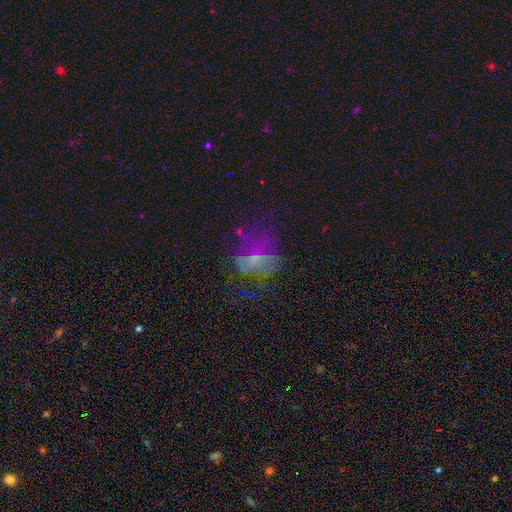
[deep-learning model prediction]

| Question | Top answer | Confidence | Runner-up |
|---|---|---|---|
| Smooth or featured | featured or disk | 44% | smooth (30%) |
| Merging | none | 43% | major disturbance (34%) |